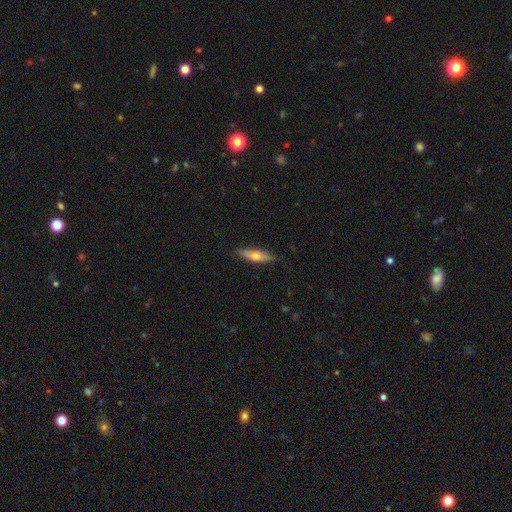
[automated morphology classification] A smooth galaxy with no disk features (53%) that is cigar-shaped (56%).

Vote fractions:
- Smooth or featured? smooth: 53% / featured or disk: 41% / star or artifact: 6%
- How rounded? cigar-shaped: 56% / in between: 42% / round: 3%
- Merging? none: 85% / minor disturbance: 11% / major disturbance: 2% / merger: 1%